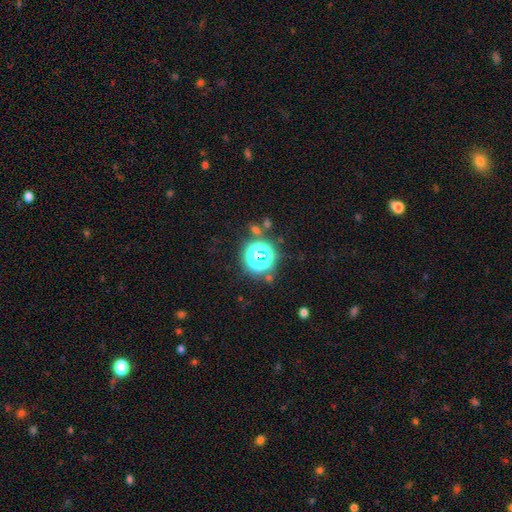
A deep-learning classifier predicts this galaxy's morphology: Q: Smooth or featured?
A: star or artifact (59%); runner-up: smooth (31%)